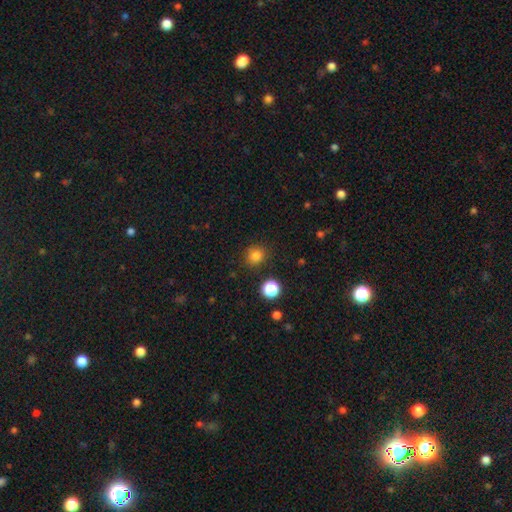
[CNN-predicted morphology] This appears to be a smooth galaxy with no disk features (82%) that is round (86%). Merging: none (87%).